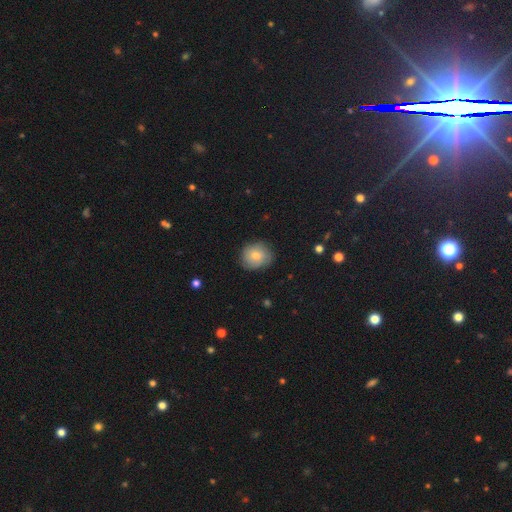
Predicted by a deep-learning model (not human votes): Smooth or featured? smooth (75%)
How rounded? round (77%)
Merging? none (79%)